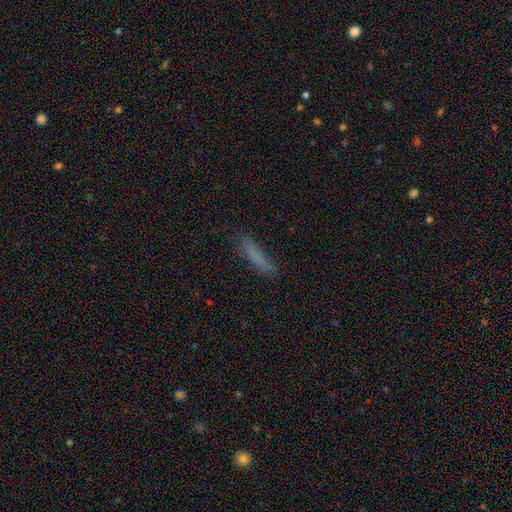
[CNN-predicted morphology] Overall: smooth (74%). How rounded: cigar-shaped (86%). Merging: none (77%).